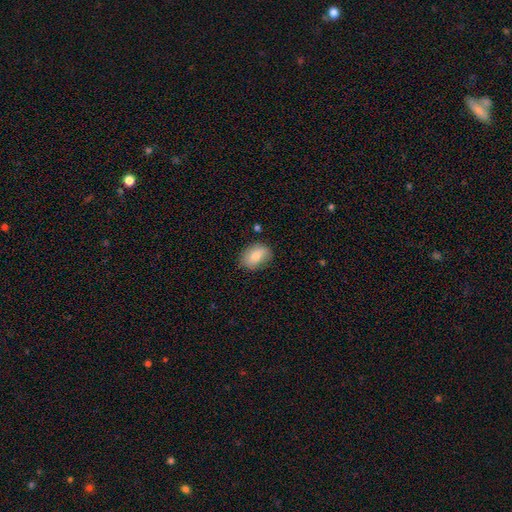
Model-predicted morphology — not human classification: Smooth or featured: smooth — 76% (featured or disk — 17%)
How rounded: in between — 78% (round — 20%)
Merging: none — 78% (minor disturbance — 16%)